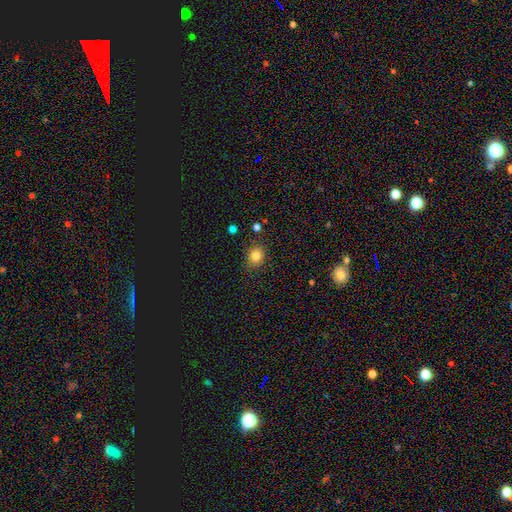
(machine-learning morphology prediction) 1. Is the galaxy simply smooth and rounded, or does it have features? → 81% smooth, 12% star or artifact, 6% featured or disk.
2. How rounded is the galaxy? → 62% round, 37% in between, 1% cigar-shaped.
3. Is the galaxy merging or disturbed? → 84% none, 11% minor disturbance, 3% major disturbance, 2% merger.